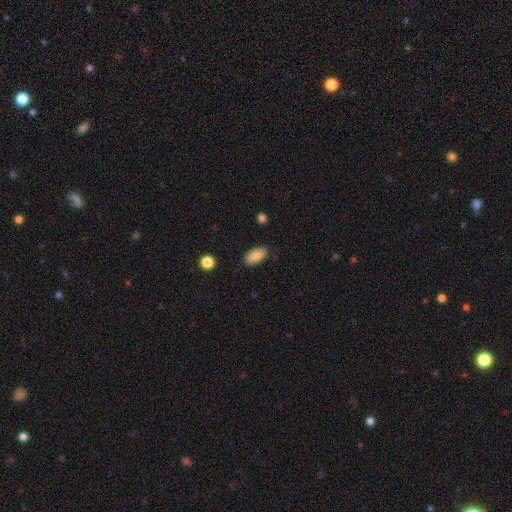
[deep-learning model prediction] Smooth or featured: smooth — 86% (star or artifact — 7%)
How rounded: in between — 94% (round — 3%)
Merging: none — 86% (minor disturbance — 11%)